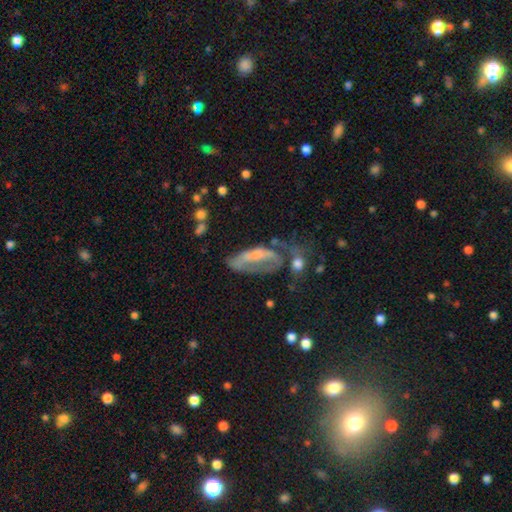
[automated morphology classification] Smooth or featured? featured or disk (52%)
Edge-on disk? no (87%)
Merging? major disturbance (45%)